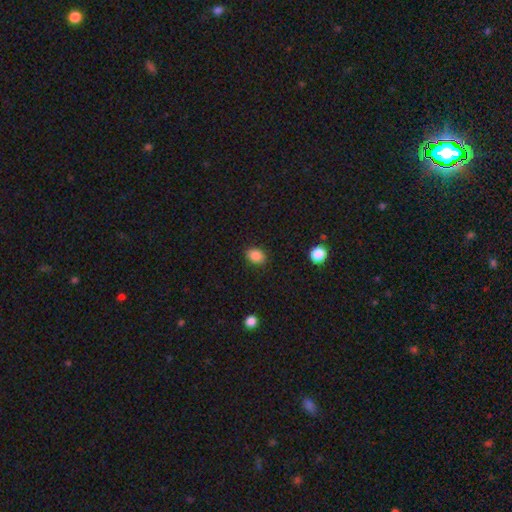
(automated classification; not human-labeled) This is clearly a smooth galaxy (87%). How rounded: likely in between (64%). Merging: clearly none (87%).